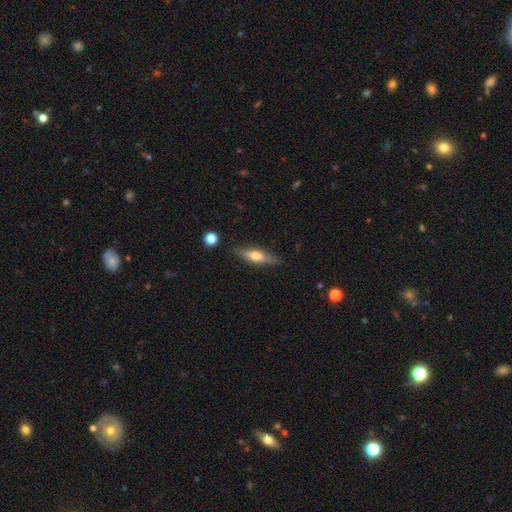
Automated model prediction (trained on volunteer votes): A smooth galaxy with no disk features (53%) that is cigar-shaped (56%). Merging: none (80%).